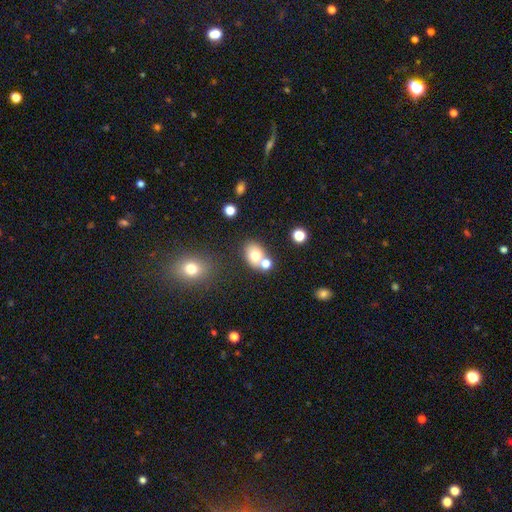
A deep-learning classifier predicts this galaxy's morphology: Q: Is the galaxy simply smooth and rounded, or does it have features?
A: smooth — 74%.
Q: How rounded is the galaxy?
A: in between — 57%.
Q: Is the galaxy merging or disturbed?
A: none — 53%.